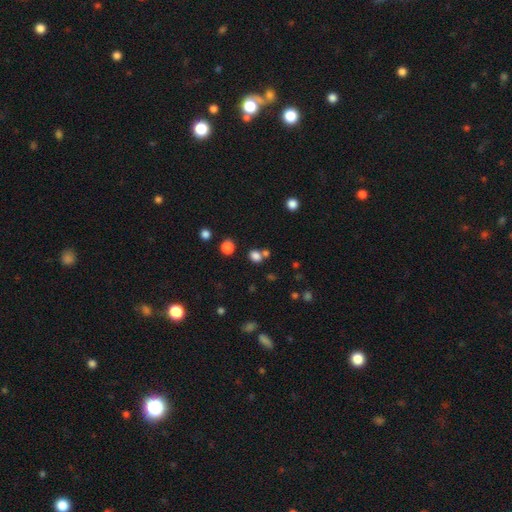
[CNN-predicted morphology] This appears to be a smooth galaxy with no disk features (78%) that is round (61%). Merging: none (67%).